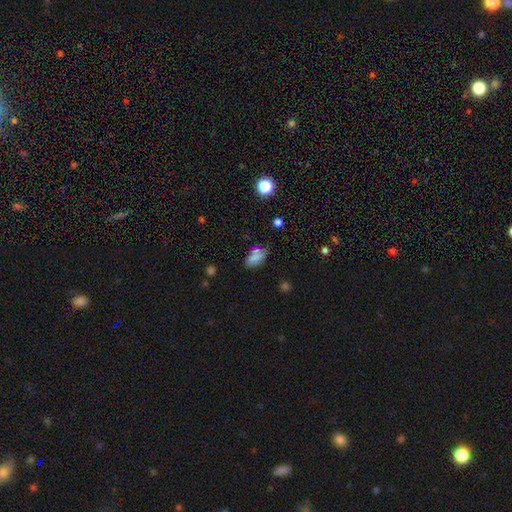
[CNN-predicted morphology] Overall: smooth (77%). How rounded: in between (90%). Merging: none (67%).